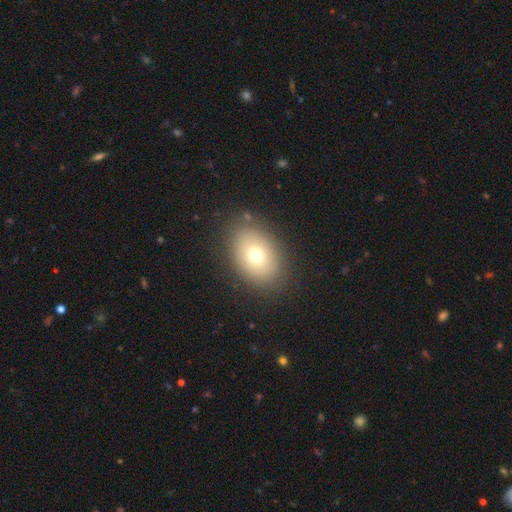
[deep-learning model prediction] A smooth galaxy with no disk features (72%) that is in between round and cigar-shaped (77%). Merging: none (85%).